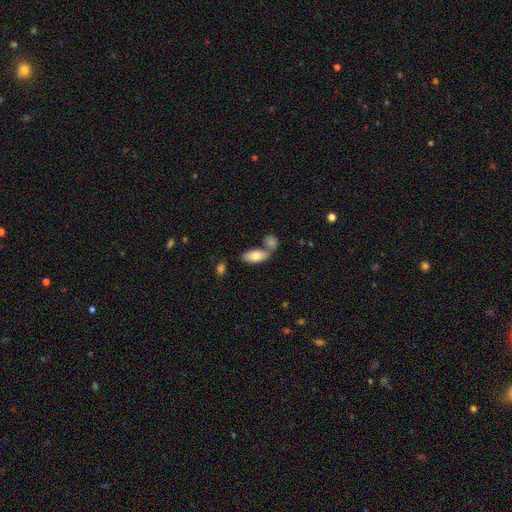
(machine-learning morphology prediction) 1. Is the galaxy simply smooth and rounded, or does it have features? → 79% smooth, 15% featured or disk, 6% star or artifact.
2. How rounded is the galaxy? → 88% in between, 9% cigar-shaped, 3% round.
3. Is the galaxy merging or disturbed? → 52% none, 33% merger, 12% minor disturbance, 4% major disturbance.